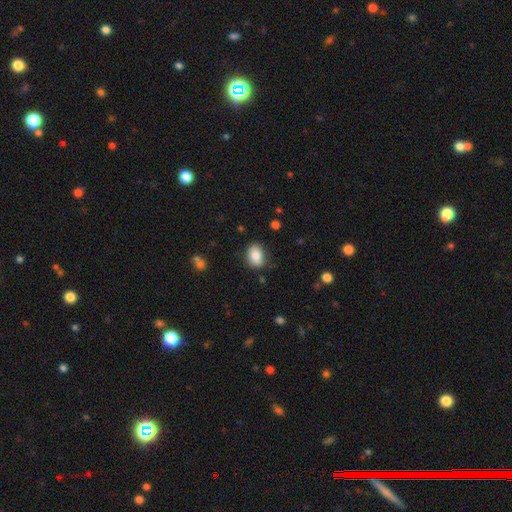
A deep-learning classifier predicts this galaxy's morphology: This appears to be a smooth galaxy with no disk features (81%) that is in between round and cigar-shaped (73%). Merging: none (80%).